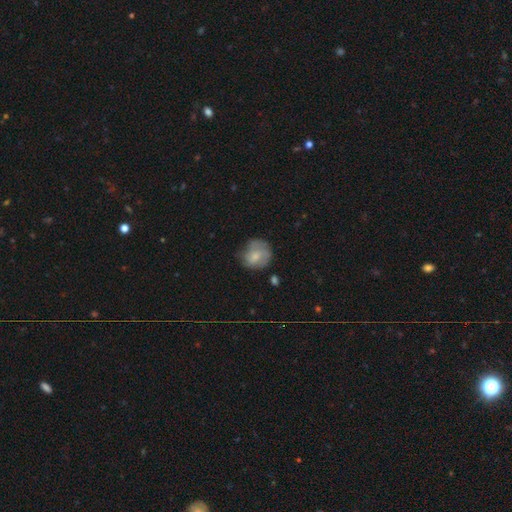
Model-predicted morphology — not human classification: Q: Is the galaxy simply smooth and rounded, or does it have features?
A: smooth — 68%.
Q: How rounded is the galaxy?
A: round — 77%.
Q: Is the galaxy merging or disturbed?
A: none — 56%.